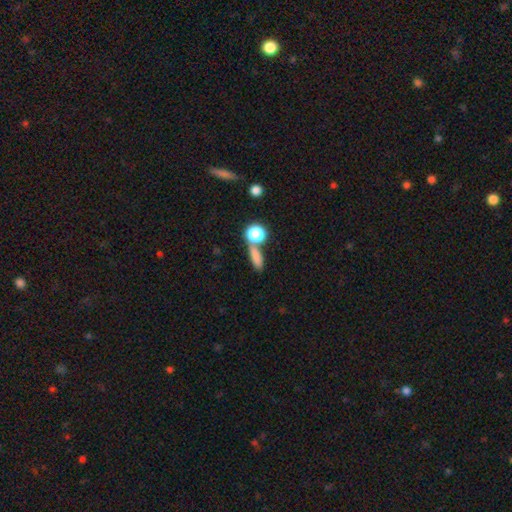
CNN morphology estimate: Smooth or featured?
  - smooth: 79% *
  - star or artifact: 13%
  - featured or disk: 8%
How rounded?
  - in between: 45% *
  - cigar-shaped: 31%
  - round: 25%
Merging?
  - none: 59% *
  - merger: 25%
  - minor disturbance: 11%
  - major disturbance: 5%